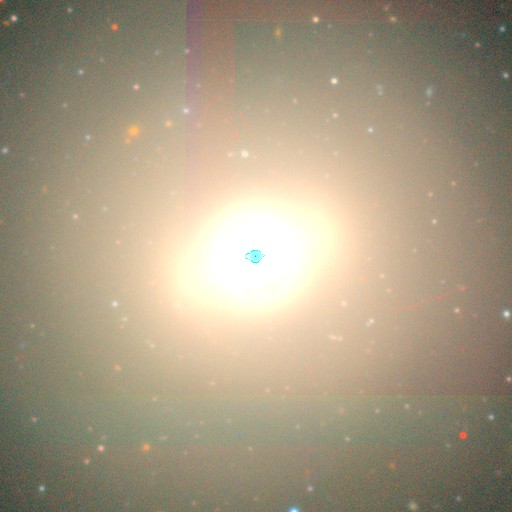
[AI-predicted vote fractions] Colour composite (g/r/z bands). It shows a star or artifact, not a galaxy (37%).